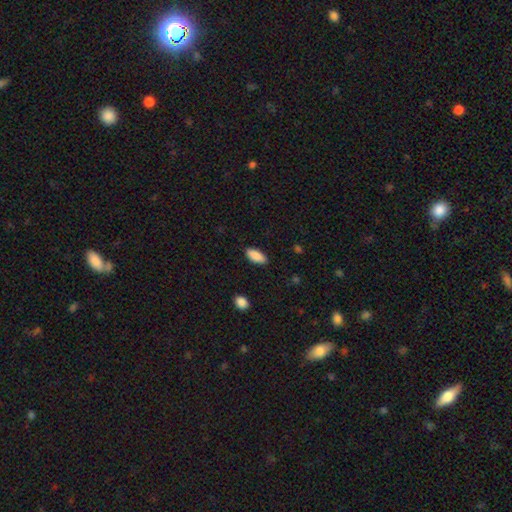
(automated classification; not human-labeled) Smooth or featured: smooth — 89% (star or artifact — 6%)
How rounded: in between — 85% (cigar-shaped — 13%)
Merging: none — 87% (minor disturbance — 10%)